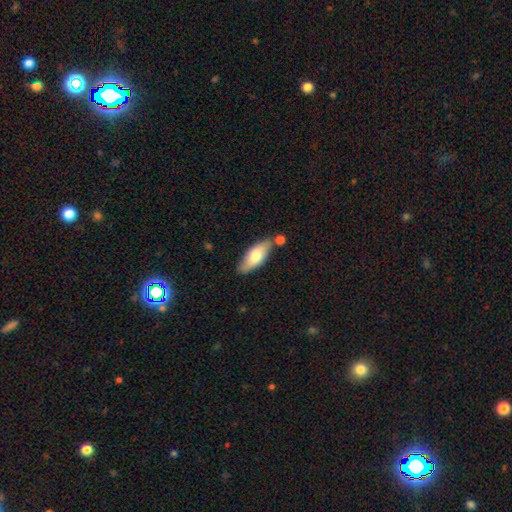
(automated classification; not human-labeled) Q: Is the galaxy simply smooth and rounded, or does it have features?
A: smooth — 71%.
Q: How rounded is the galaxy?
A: in between — 72%.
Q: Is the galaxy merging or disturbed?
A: none — 67%.